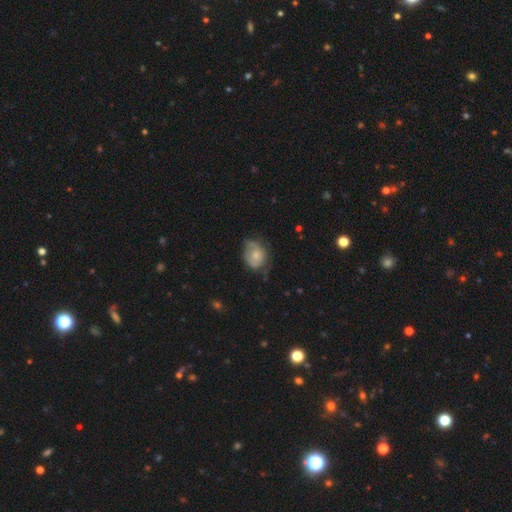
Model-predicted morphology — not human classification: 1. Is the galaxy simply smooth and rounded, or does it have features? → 61% smooth, 31% featured or disk, 8% star or artifact.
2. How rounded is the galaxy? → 51% in between, 48% round, 1% cigar-shaped.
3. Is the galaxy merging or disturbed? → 43% none, 38% minor disturbance, 17% major disturbance, 2% merger.